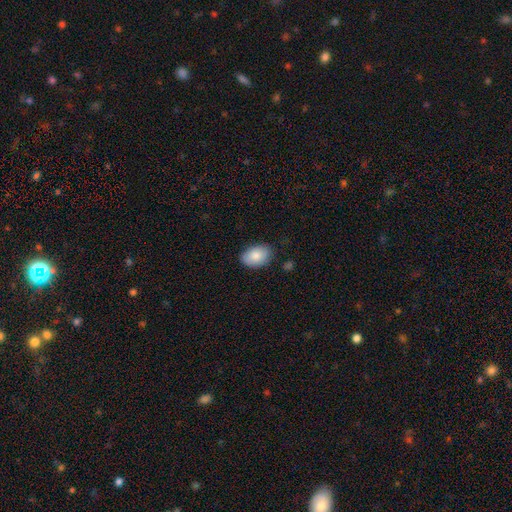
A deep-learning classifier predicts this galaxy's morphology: Smooth or featured?
  - smooth: 86% *
  - featured or disk: 8%
  - star or artifact: 6%
How rounded?
  - in between: 88% *
  - round: 11%
  - cigar-shaped: 1%
Merging?
  - none: 81% *
  - minor disturbance: 15%
  - major disturbance: 3%
  - merger: 1%